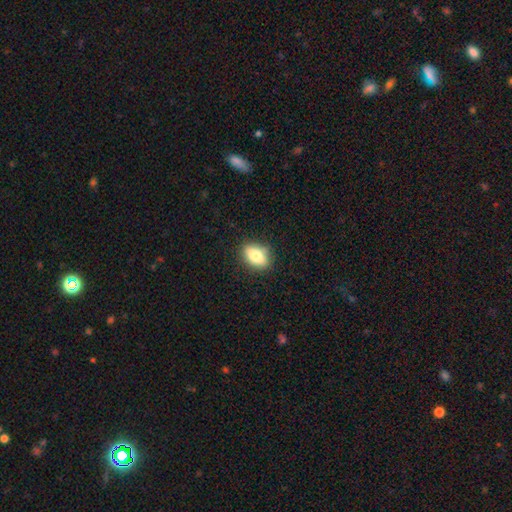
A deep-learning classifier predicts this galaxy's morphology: Smooth or featured?
  - smooth: 78% *
  - featured or disk: 14%
  - star or artifact: 8%
How rounded?
  - in between: 80% *
  - round: 14%
  - cigar-shaped: 5%
Merging?
  - none: 84% *
  - minor disturbance: 12%
  - major disturbance: 3%
  - merger: 1%